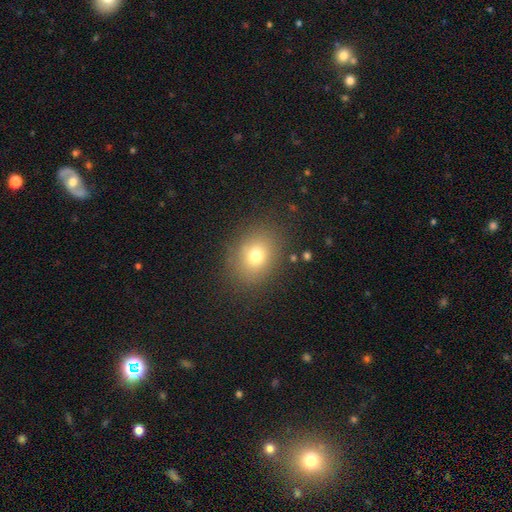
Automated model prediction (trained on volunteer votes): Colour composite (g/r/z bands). It shows a smooth galaxy with no disk features (74%) that is round (57%). Merging: none (84%).